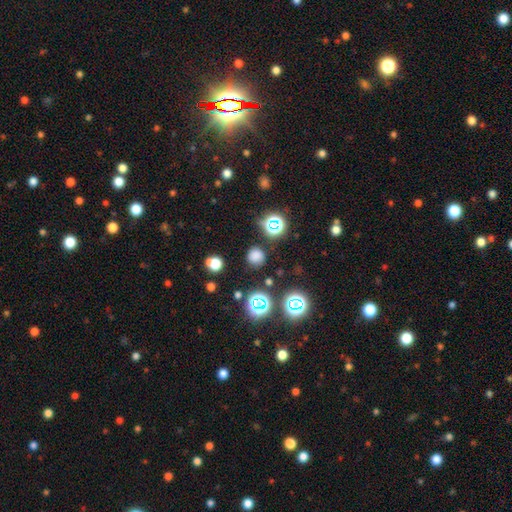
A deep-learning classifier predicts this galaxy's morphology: Smooth or featured? smooth (69%)
How rounded? round (92%)
Merging? none (84%)